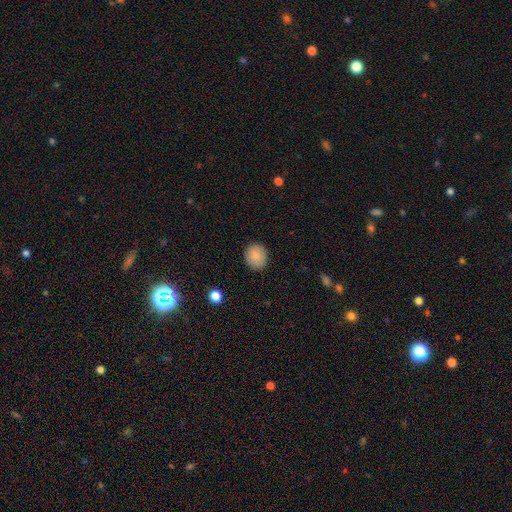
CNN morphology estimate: Smooth or featured? smooth (87%)
How rounded? round (75%)
Merging? none (89%)